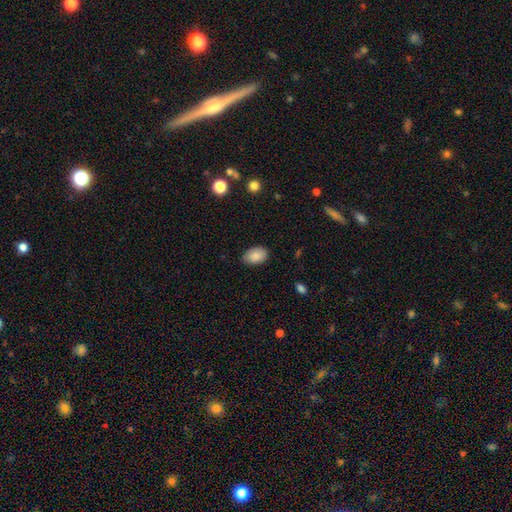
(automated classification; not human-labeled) Smooth or featured: smooth — 87% (star or artifact — 7%)
How rounded: in between — 90% (round — 9%)
Merging: none — 80% (minor disturbance — 16%)